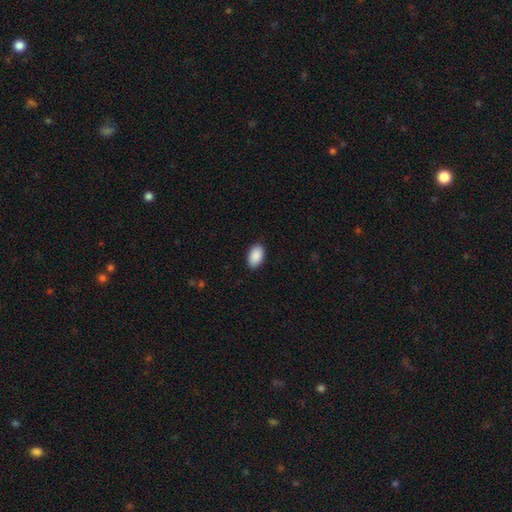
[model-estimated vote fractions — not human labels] The model was most divided on "merging": none: 89%, minor disturbance: 8%, major disturbance: 2%, merger: 1%. More confident: how rounded — in between (95%); smooth or featured — smooth (91%).